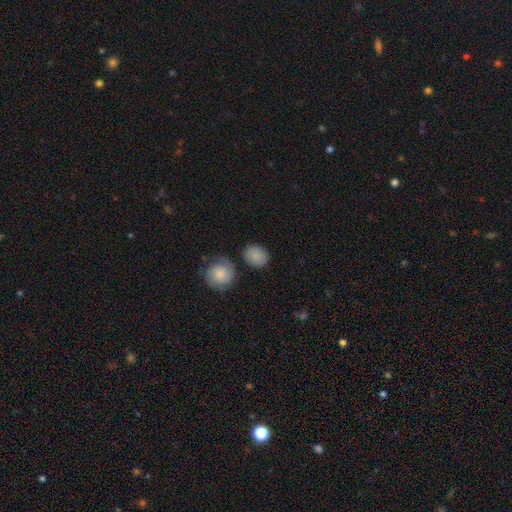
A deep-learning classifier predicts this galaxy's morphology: Overall: smooth (83%). How rounded: round (64%; in between 34%). Merging: none (74%).